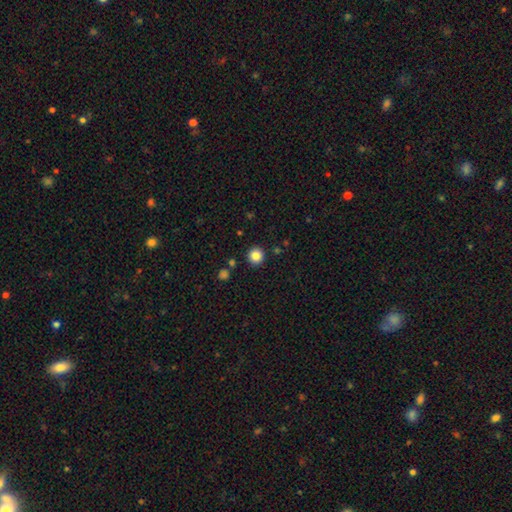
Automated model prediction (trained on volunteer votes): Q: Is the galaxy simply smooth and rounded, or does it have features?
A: smooth — 84%.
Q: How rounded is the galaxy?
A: round — 94%.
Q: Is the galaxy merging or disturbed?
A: none — 91%.